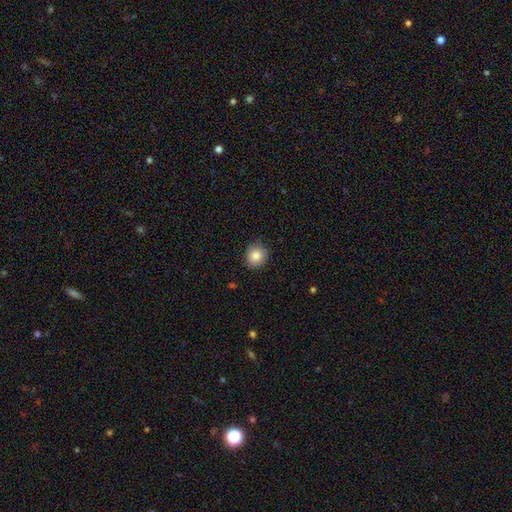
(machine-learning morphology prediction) Q: Smooth or featured?
A: smooth (85%); runner-up: star or artifact (9%)
Q: How rounded?
A: round (86%); runner-up: in between (13%)
Q: Merging?
A: none (85%); runner-up: minor disturbance (12%)